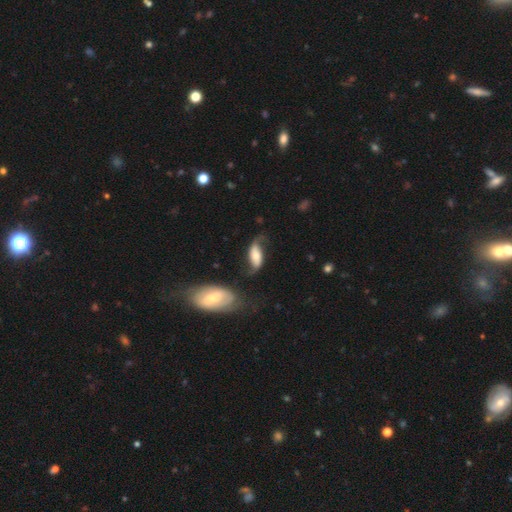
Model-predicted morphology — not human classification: Q: Smooth or featured?
A: featured or disk (63%); runner-up: smooth (30%)
Q: Edge-on disk?
A: no (90%); runner-up: yes (10%)
Q: Bar?
A: no (42%); runner-up: weak (34%)
Q: Spiral arms?
A: yes (89%); runner-up: no (11%)
Q: Spiral winding?
A: loose (79%); runner-up: medium (16%)
Q: Spiral arm count?
A: 2 (87%); runner-up: 1 (6%)
Q: Bulge size?
A: moderate (44%); runner-up: small (32%)
Q: Merging?
A: none (49%); runner-up: minor disturbance (24%)